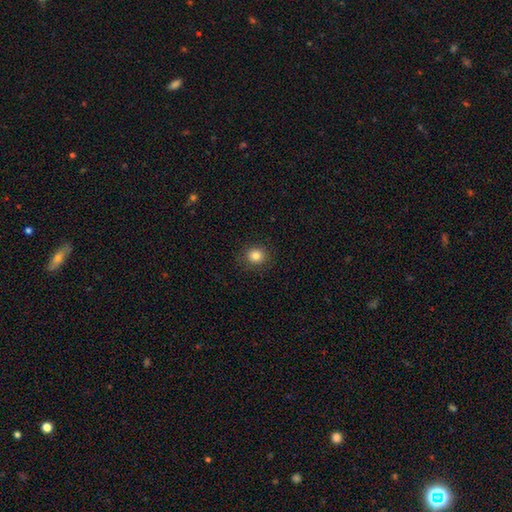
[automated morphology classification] Smooth or featured?
  - smooth: 83% *
  - star or artifact: 11%
  - featured or disk: 6%
How rounded?
  - round: 84% *
  - in between: 15%
  - cigar-shaped: 1%
Merging?
  - none: 88% *
  - minor disturbance: 8%
  - major disturbance: 3%
  - merger: 1%